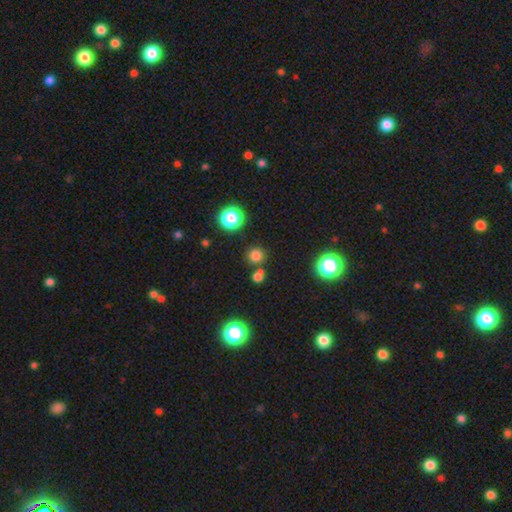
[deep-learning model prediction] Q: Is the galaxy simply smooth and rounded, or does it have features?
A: smooth — 75%.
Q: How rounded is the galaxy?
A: round — 90%.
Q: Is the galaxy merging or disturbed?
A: none — 73%.